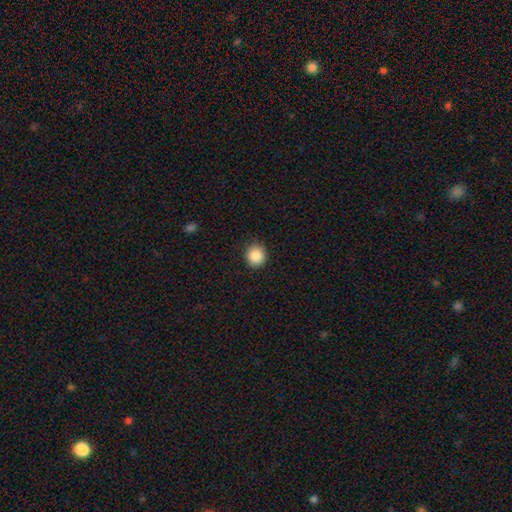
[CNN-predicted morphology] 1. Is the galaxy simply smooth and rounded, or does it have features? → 89% smooth, 9% star or artifact, 3% featured or disk.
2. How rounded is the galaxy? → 90% round, 9% in between, 1% cigar-shaped.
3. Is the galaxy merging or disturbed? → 90% none, 7% minor disturbance, 2% major disturbance, 1% merger.